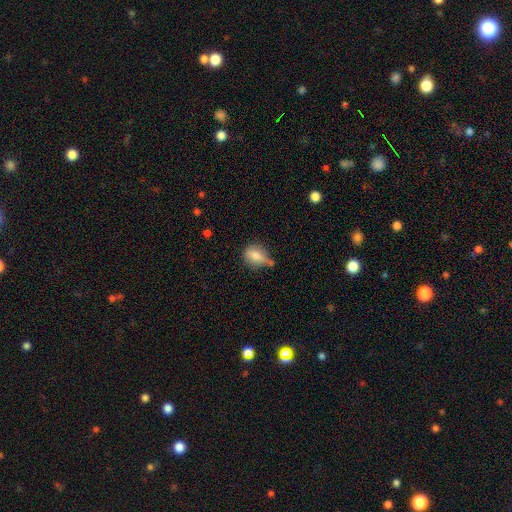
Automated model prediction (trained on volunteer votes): Morphology: type=smooth (76%); roundness=in between (54%); merging=none (48%).